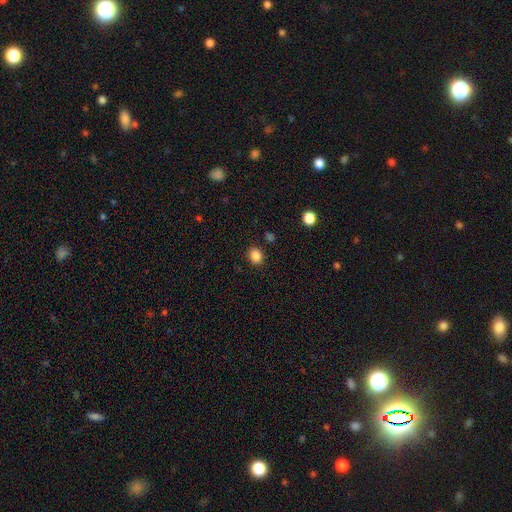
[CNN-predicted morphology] Q: Smooth or featured?
A: smooth (86%); runner-up: star or artifact (11%)
Q: How rounded?
A: round (53%); runner-up: in between (46%)
Q: Merging?
A: none (87%); runner-up: minor disturbance (8%)